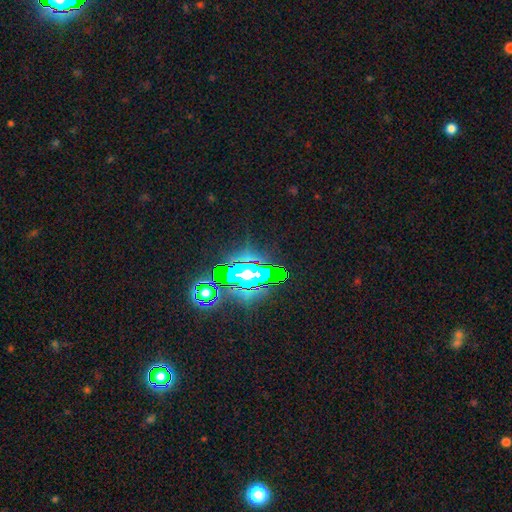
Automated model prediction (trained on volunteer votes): Overall: star or artifact (81%).